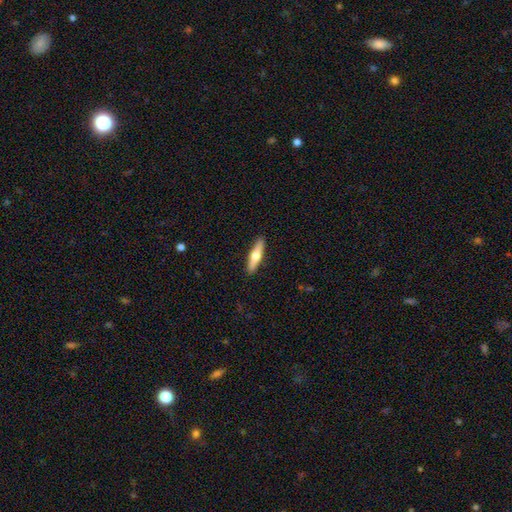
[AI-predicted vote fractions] A smooth galaxy with no disk features (49%). Merging: none (91%).